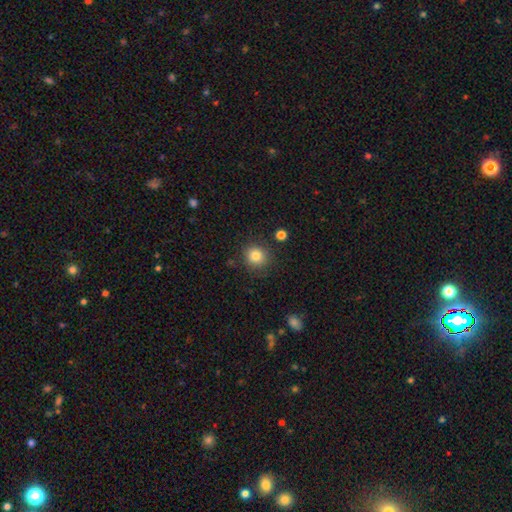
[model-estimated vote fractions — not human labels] This is clearly a smooth galaxy (83%). How rounded: clearly round (89%). Merging: clearly none (86%).